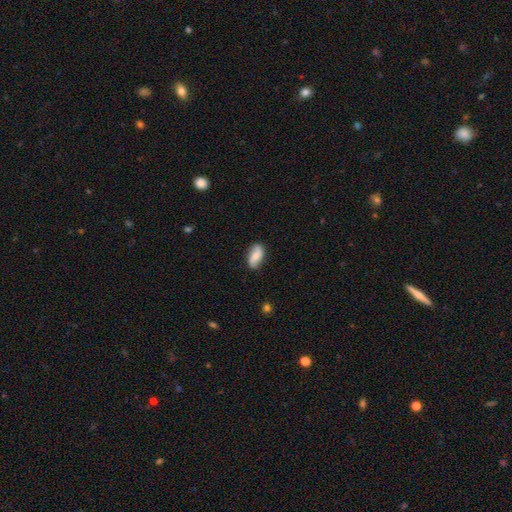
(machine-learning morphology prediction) A smooth galaxy with no disk features (60%) that is in between round and cigar-shaped (90%).

Vote fractions:
- Smooth or featured? smooth: 60% / featured or disk: 33% / star or artifact: 8%
- How rounded? in between: 90% / cigar-shaped: 5% / round: 5%
- Merging? none: 78% / minor disturbance: 17% / major disturbance: 3% / merger: 2%